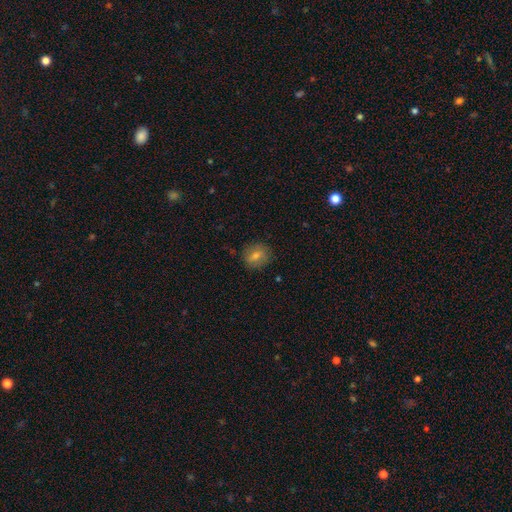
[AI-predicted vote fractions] The model was most divided on "smooth or featured": smooth: 65%, featured or disk: 21%, star or artifact: 14%. More confident: merging — none (84%); how rounded — round (72%).